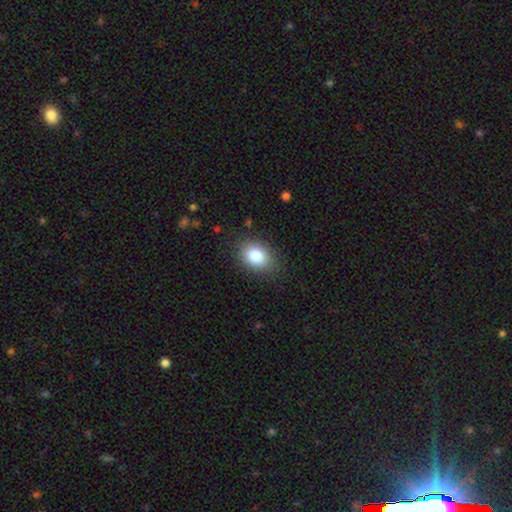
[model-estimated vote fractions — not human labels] smooth-or-featured: smooth: 84% | star or artifact: 9% | featured or disk: 7%
  how-rounded: in between: 67% | round: 32% | cigar-shaped: 1%
  merging: none: 84% | minor disturbance: 11% | major disturbance: 4% | merger: 1%